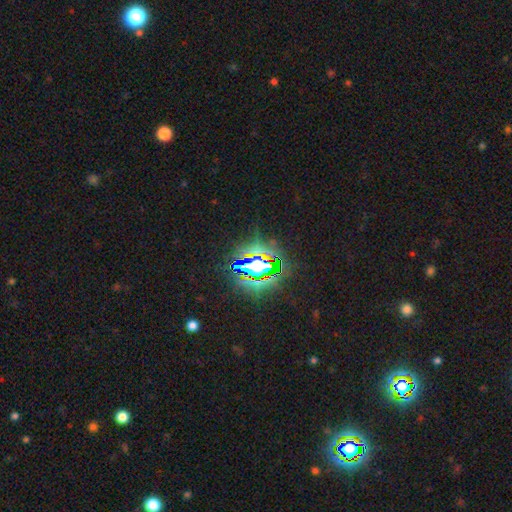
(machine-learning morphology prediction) Smooth or featured? star or artifact (80%)